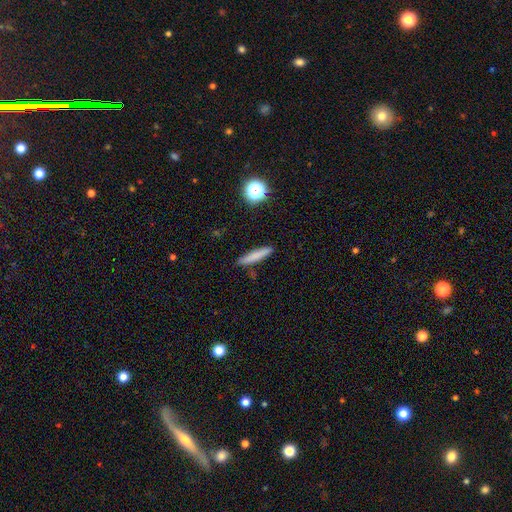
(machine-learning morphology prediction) Smooth or featured?
  - smooth: 76% *
  - featured or disk: 15%
  - star or artifact: 9%
How rounded?
  - cigar-shaped: 90% *
  - in between: 8%
  - round: 2%
Merging?
  - none: 88% *
  - minor disturbance: 8%
  - major disturbance: 2%
  - merger: 2%